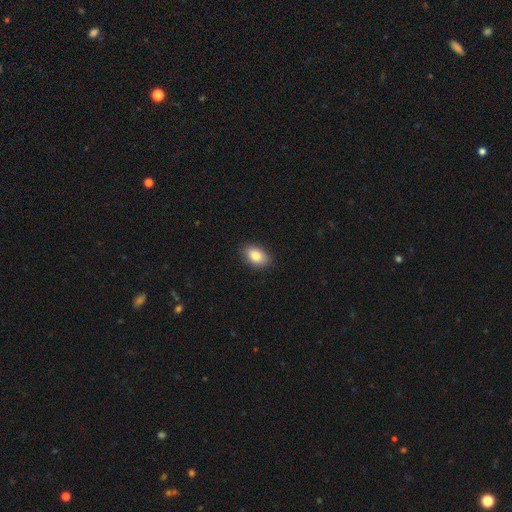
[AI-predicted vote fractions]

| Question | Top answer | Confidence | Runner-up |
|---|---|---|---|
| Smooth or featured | smooth | 85% | featured or disk (8%) |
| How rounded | in between | 87% | round (12%) |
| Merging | none | 88% | minor disturbance (9%) |